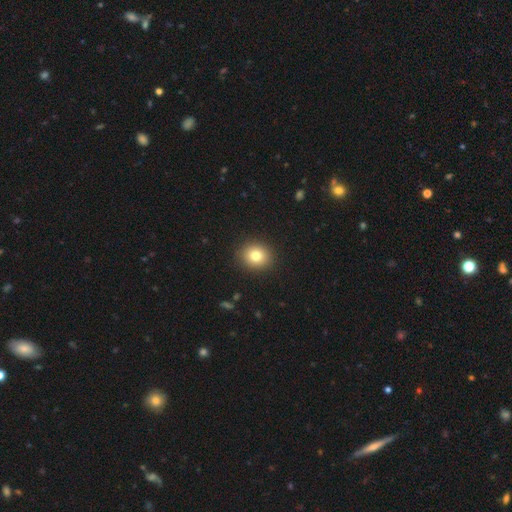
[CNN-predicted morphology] Q: Smooth or featured?
A: smooth (80%); runner-up: star or artifact (11%)
Q: How rounded?
A: round (79%); runner-up: in between (20%)
Q: Merging?
A: none (91%); runner-up: minor disturbance (6%)